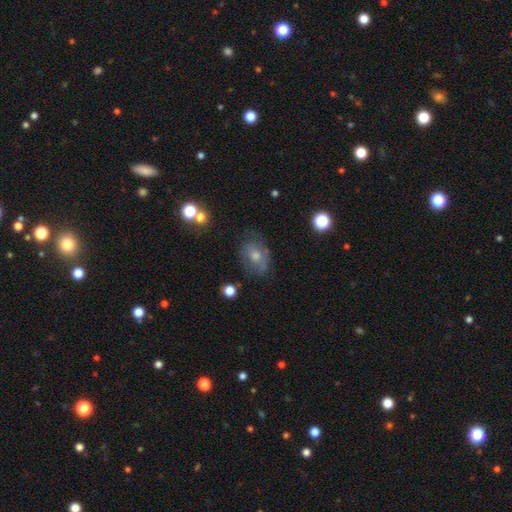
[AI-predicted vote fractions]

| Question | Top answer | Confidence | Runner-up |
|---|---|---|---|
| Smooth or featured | smooth | 44% | featured or disk (41%) |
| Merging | none | 67% | minor disturbance (22%) |